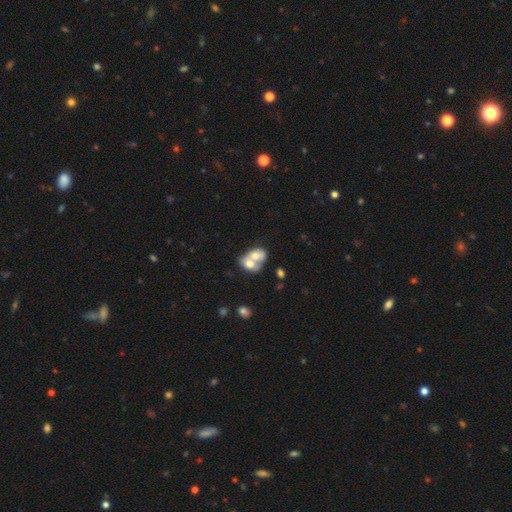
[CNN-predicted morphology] This is possibly a smooth galaxy (57%). How rounded: likely in between (62%). Merging: likely merger (79%).